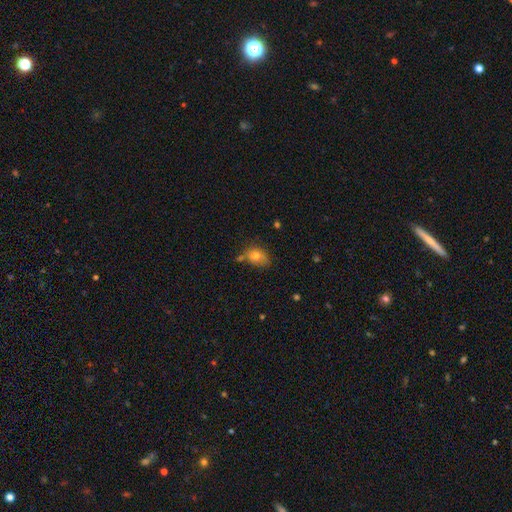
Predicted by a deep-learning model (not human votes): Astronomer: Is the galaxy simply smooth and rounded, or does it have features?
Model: smooth — 74%.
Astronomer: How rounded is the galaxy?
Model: in between — 63%.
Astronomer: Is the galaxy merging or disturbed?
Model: none — 49% (runner-up: minor disturbance, 29%).